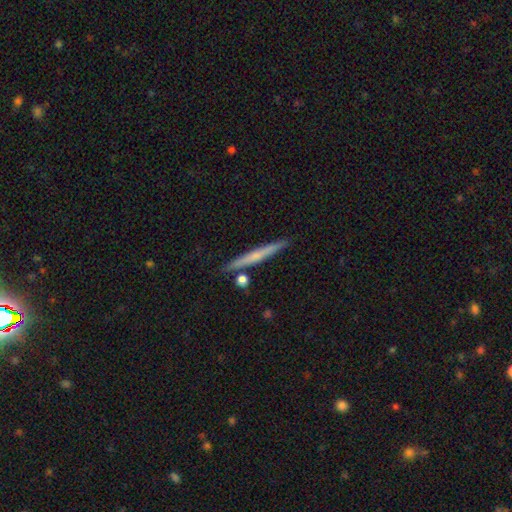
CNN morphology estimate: This appears to be a smooth galaxy with no disk features (49%). Merging: none (86%).